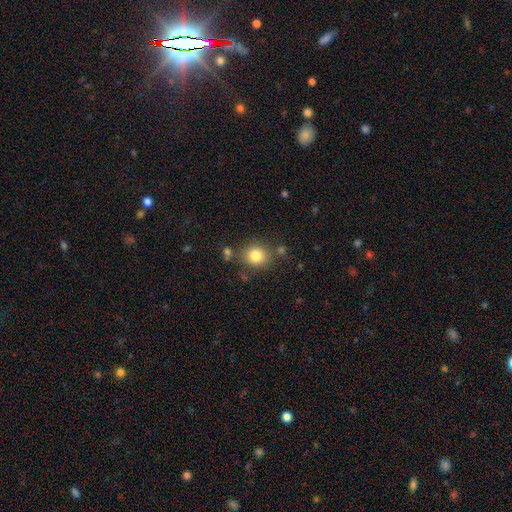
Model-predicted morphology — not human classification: The model was most divided on "how rounded": round: 78%, in between: 21%, cigar-shaped: 1%. More confident: smooth or featured — smooth (82%); merging — none (80%).